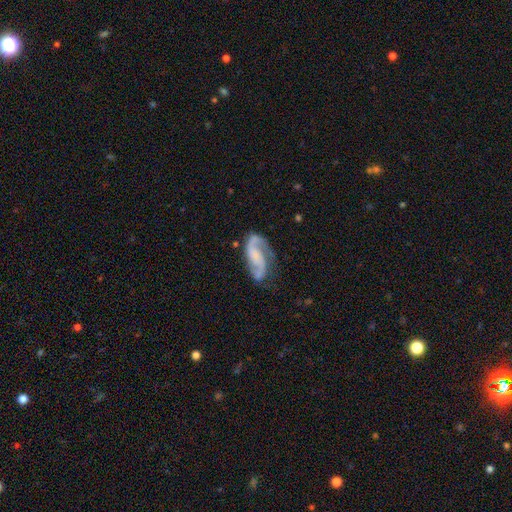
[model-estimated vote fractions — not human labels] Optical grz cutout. It shows a featured or disk galaxy (85%) with no bar (49%), 2 (88%) medium (47%) spiral arms (97%) and no central bulge (49%). Merging: none (67%).